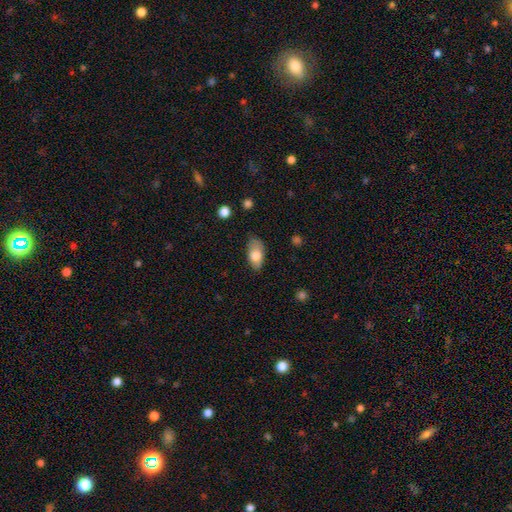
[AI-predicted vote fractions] Smooth or featured? smooth (77%)
How rounded? in between (90%)
Merging? none (67%)